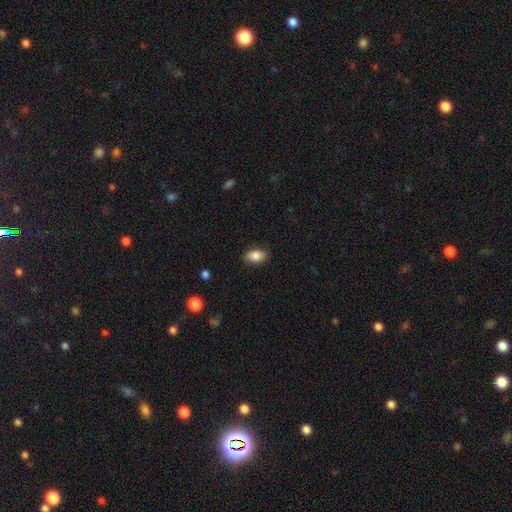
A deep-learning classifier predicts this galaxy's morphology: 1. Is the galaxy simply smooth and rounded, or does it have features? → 85% smooth, 8% star or artifact, 7% featured or disk.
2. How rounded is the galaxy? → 89% in between, 10% round, 2% cigar-shaped.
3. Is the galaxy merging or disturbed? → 86% none, 10% minor disturbance, 2% major disturbance, 1% merger.